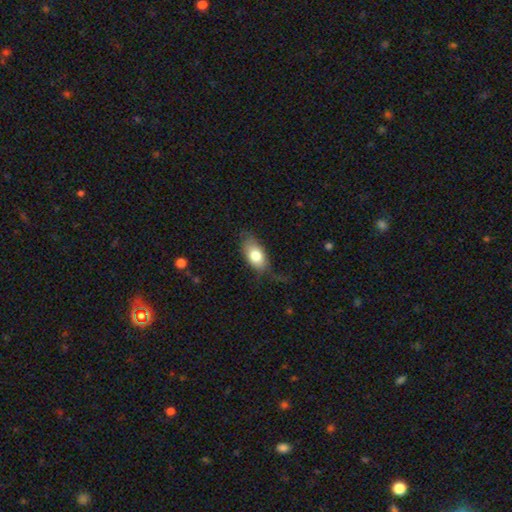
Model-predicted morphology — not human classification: Smooth or featured: smooth — 76% (featured or disk — 18%)
How rounded: in between — 89% (round — 7%)
Merging: none — 56% (minor disturbance — 28%)